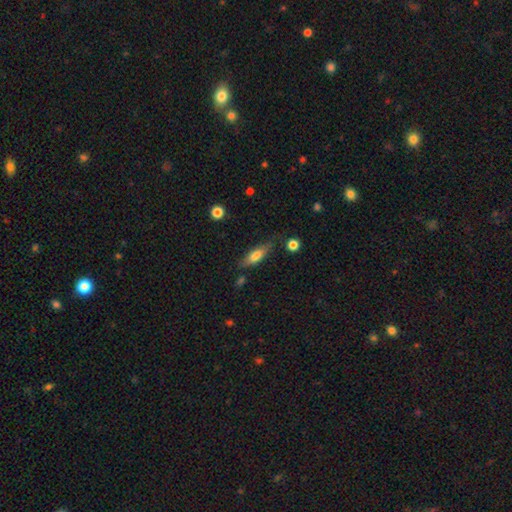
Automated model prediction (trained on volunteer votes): Smooth or featured? Predicted: smooth (p=0.68). How rounded? Predicted: in between (p=0.53). Merging? Predicted: none (p=0.71).